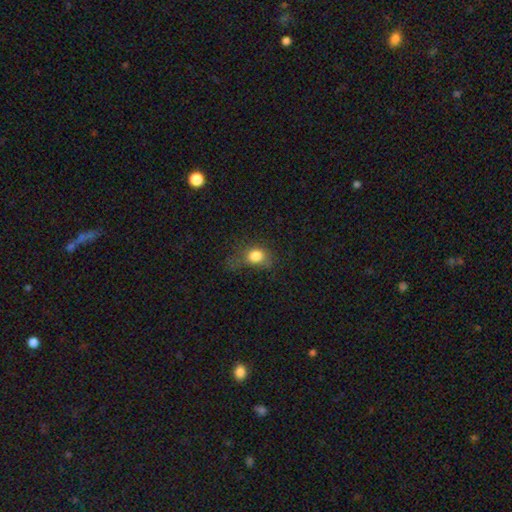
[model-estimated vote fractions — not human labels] The model was most divided on "how rounded": round: 52%, in between: 46%, cigar-shaped: 2%. Remaining: smooth or featured — smooth (78%); merging — none (39%).